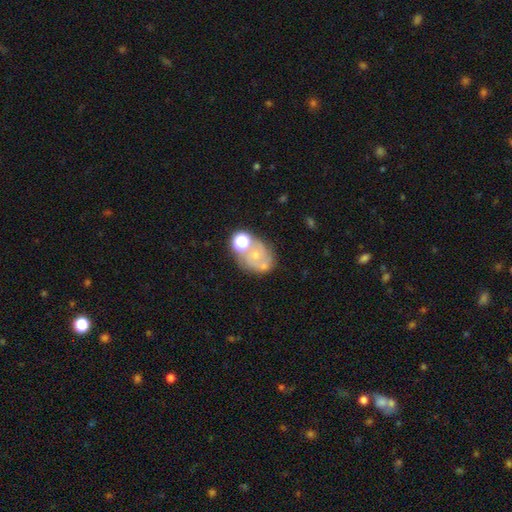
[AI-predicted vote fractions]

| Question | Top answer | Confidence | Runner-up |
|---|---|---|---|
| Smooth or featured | featured or disk | 45% | smooth (37%) |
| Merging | none | 42% | merger (27%) |